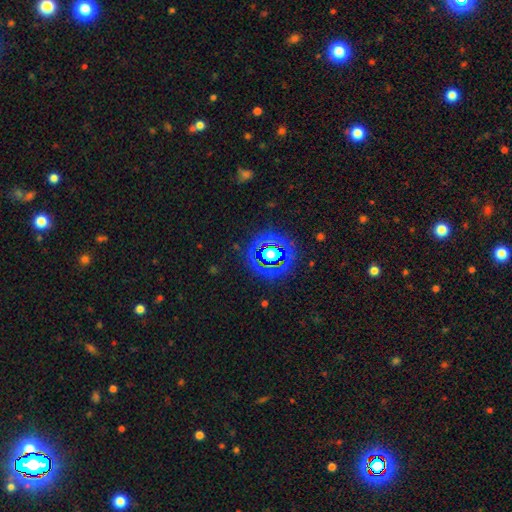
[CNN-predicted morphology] Smooth or featured?
  - star or artifact: 75% *
  - smooth: 16%
  - featured or disk: 9%